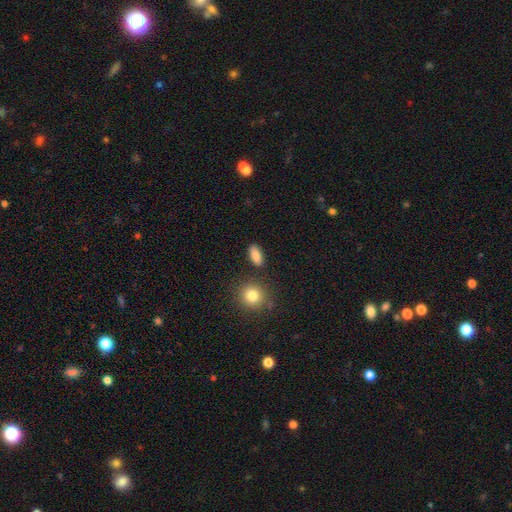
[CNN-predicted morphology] smooth-or-featured: smooth: 85% | star or artifact: 8% | featured or disk: 7%
  how-rounded: in between: 81% | cigar-shaped: 11% | round: 8%
  merging: none: 85% | minor disturbance: 9% | merger: 3% | major disturbance: 2%